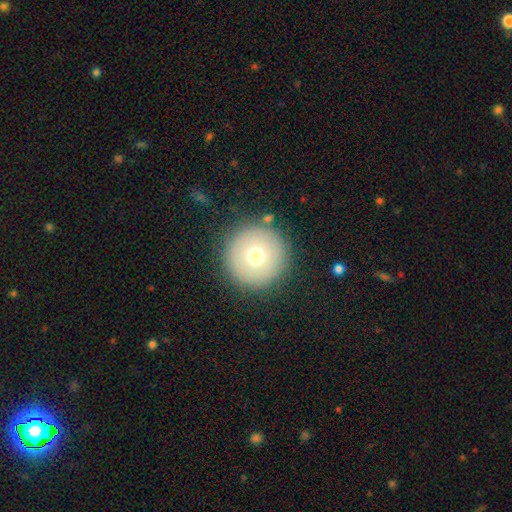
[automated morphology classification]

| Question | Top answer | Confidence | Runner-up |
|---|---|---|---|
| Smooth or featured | smooth | 72% | featured or disk (17%) |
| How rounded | round | 97% | in between (2%) |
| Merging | none | 87% | minor disturbance (7%) |